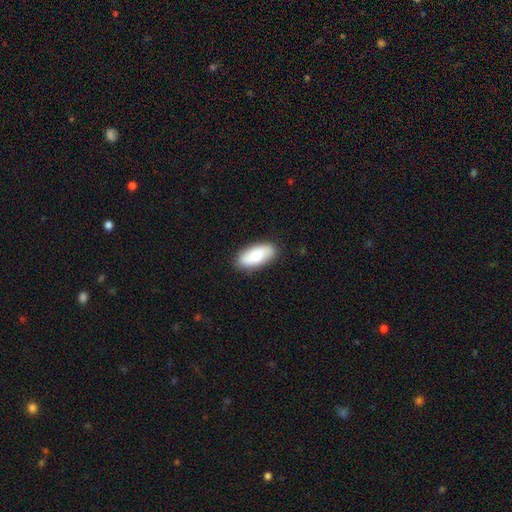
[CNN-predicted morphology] Smooth or featured? smooth (81%)
How rounded? in between (87%)
Merging? none (87%)